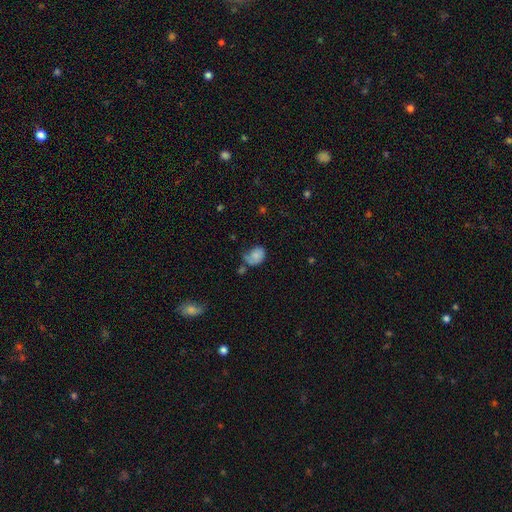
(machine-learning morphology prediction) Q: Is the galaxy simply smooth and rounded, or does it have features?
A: smooth — 65%.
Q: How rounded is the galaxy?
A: in between — 65%.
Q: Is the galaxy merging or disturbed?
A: none — 36%.